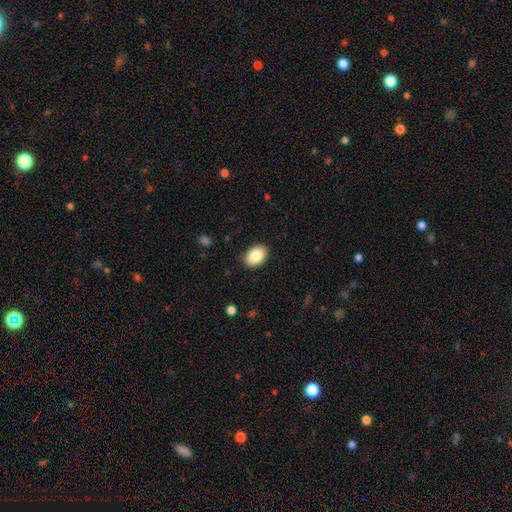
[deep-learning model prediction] A smooth galaxy with no disk features (85%) that is in between round and cigar-shaped (81%). Merging: none (88%).